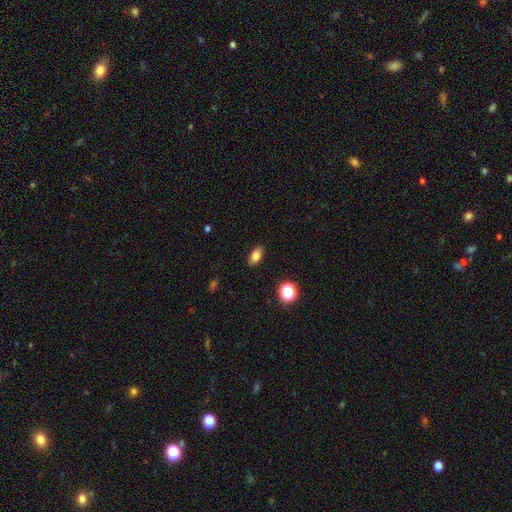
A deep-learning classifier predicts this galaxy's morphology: A smooth galaxy with no disk features (79%) that is in between round and cigar-shaped (86%).

Vote fractions:
- Smooth or featured? smooth: 79% / star or artifact: 11% / featured or disk: 10%
- How rounded? in between: 86% / round: 7% / cigar-shaped: 7%
- Merging? none: 88% / minor disturbance: 8% / major disturbance: 2% / merger: 1%